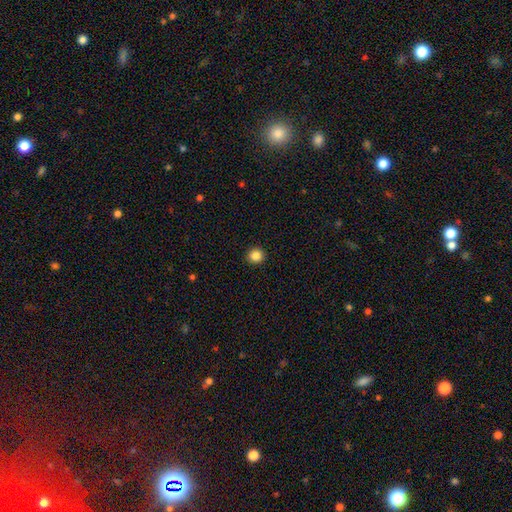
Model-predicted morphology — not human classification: smooth-or-featured: smooth: 86% | star or artifact: 11% | featured or disk: 4%
  how-rounded: round: 92% | in between: 7% | cigar-shaped: 1%
  merging: none: 93% | minor disturbance: 5% | major disturbance: 2% | merger: 1%